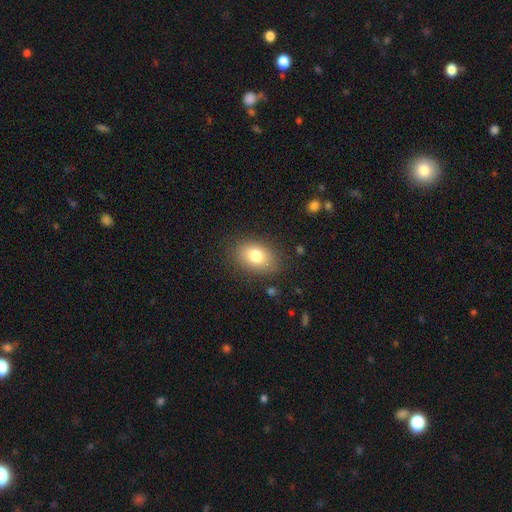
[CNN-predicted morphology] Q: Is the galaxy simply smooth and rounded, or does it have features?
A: smooth — 79%.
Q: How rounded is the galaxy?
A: in between — 81%.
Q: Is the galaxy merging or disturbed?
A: none — 84%.